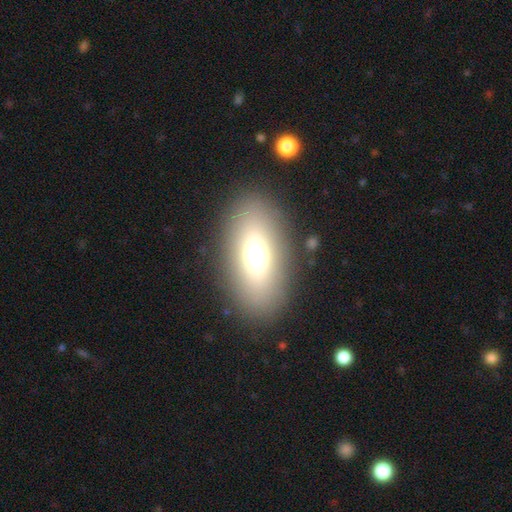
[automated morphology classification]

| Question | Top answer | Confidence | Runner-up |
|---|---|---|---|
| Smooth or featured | smooth | 64% | featured or disk (22%) |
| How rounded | in between | 83% | round (12%) |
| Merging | none | 85% | minor disturbance (8%) |